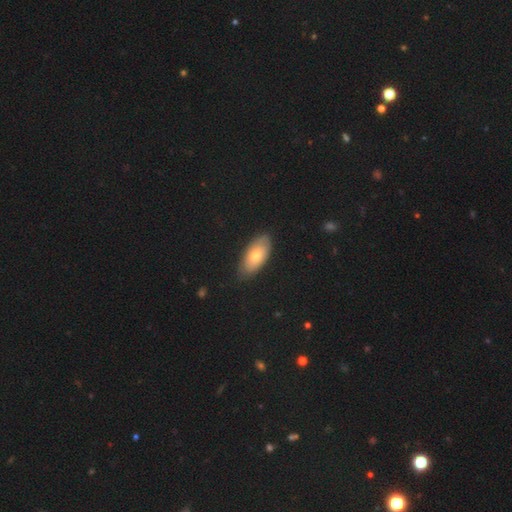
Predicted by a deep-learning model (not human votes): smooth 62%, featured or disk 31%, star or artifact 6%. Down the decision tree: how rounded — in between (92%); merging — none (81%).